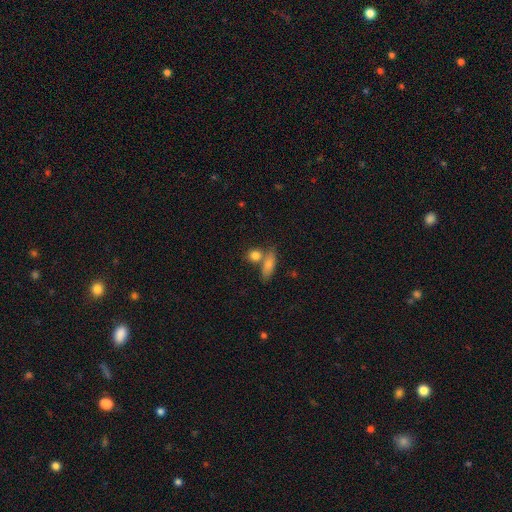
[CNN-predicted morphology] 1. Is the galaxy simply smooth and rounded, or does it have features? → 81% smooth, 11% featured or disk, 8% star or artifact.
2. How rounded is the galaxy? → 47% round, 41% in between, 12% cigar-shaped.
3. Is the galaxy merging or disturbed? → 53% none, 34% merger, 10% minor disturbance, 4% major disturbance.